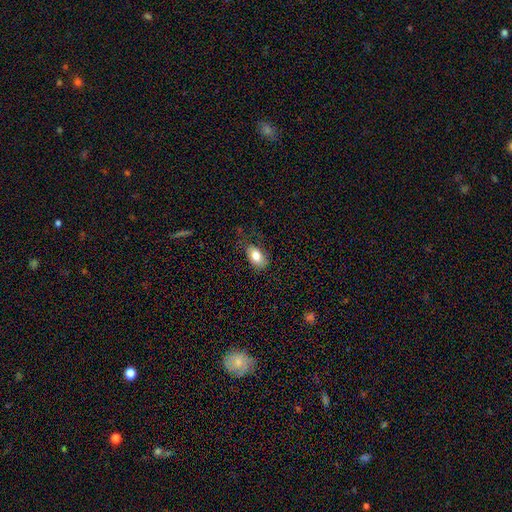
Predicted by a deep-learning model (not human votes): Q: Smooth or featured?
A: smooth (80%); runner-up: featured or disk (12%)
Q: How rounded?
A: in between (90%); runner-up: round (8%)
Q: Merging?
A: none (72%); runner-up: minor disturbance (21%)